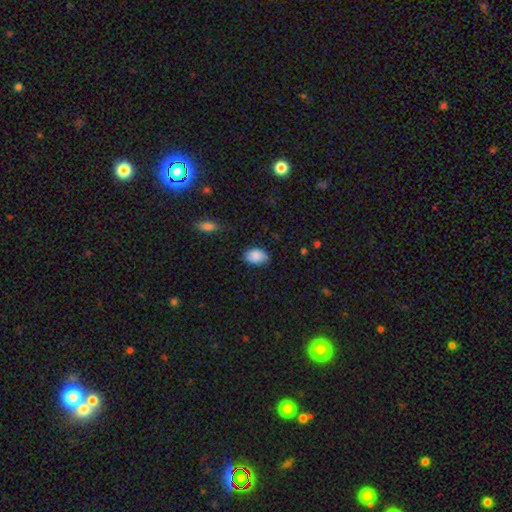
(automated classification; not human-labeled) The model was most divided on "merging": none: 73%, minor disturbance: 22%, major disturbance: 4%, merger: 2%. More confident: how rounded — in between (87%); smooth or featured — smooth (86%).